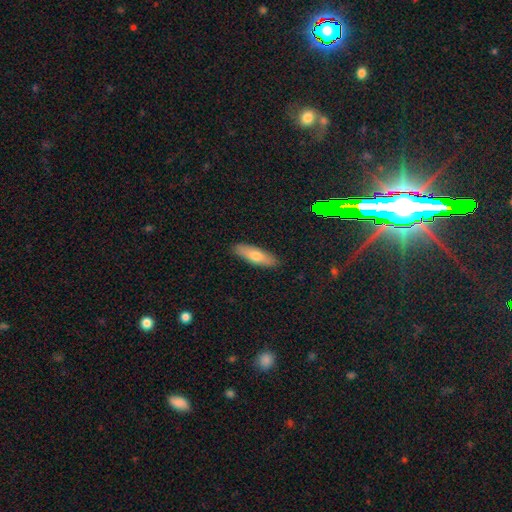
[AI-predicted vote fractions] Overall: smooth (66%). How rounded: cigar-shaped (57%; in between 41%). Merging: none (89%).